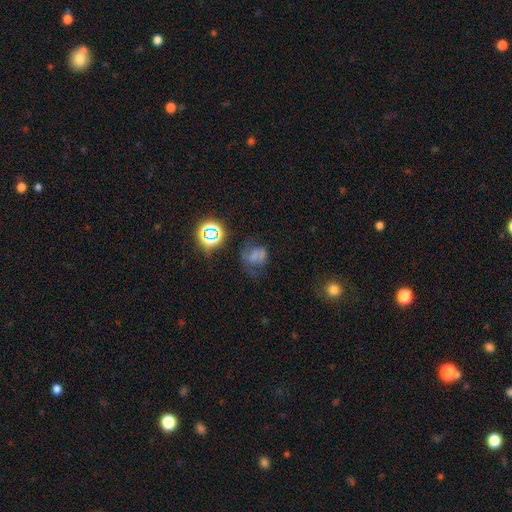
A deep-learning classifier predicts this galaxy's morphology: Smooth or featured?
  - smooth: 47% *
  - featured or disk: 27%
  - star or artifact: 26%
Merging?
  - none: 39% *
  - major disturbance: 28%
  - minor disturbance: 26%
  - merger: 7%